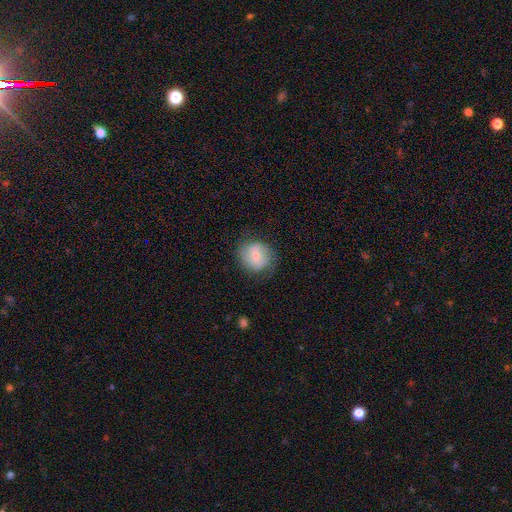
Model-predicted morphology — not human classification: Smooth or featured? smooth (55%)
How rounded? round (81%)
Merging? none (73%)